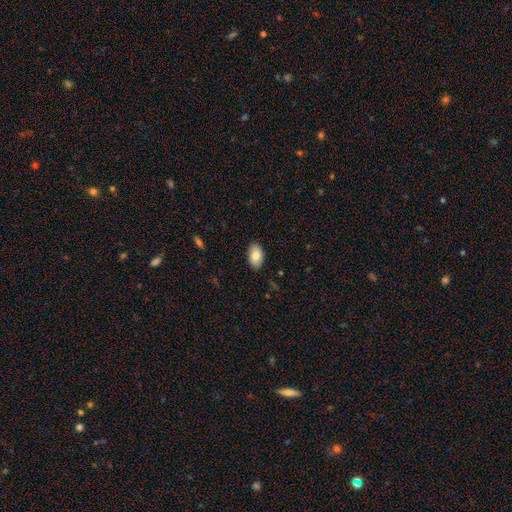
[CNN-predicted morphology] smooth-or-featured: smooth: 82% | featured or disk: 12% | star or artifact: 7%
  how-rounded: in between: 93% | round: 5% | cigar-shaped: 1%
  merging: none: 87% | minor disturbance: 10% | major disturbance: 2% | merger: 1%